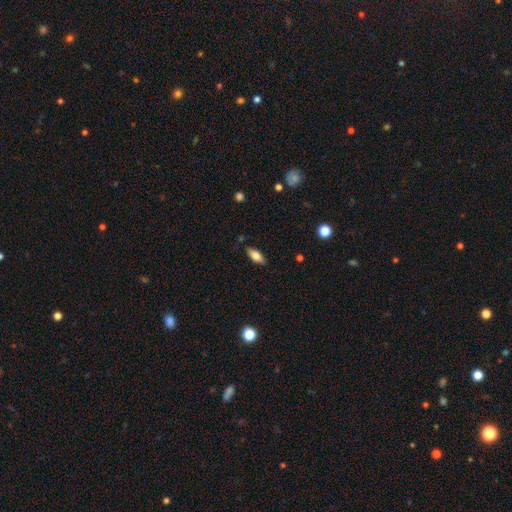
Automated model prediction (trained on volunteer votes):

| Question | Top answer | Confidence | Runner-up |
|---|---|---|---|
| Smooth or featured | smooth | 72% | featured or disk (21%) |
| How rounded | in between | 79% | cigar-shaped (18%) |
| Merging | none | 85% | minor disturbance (11%) |